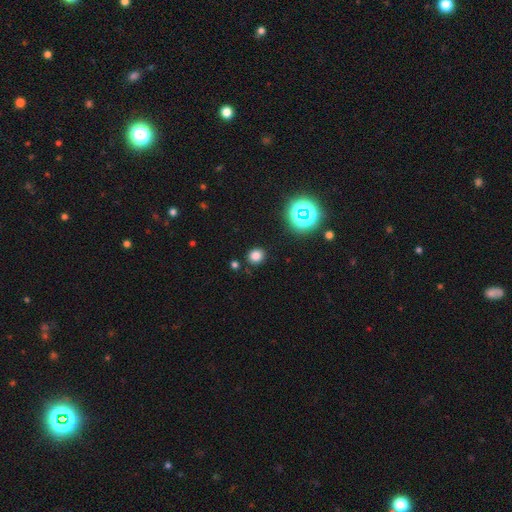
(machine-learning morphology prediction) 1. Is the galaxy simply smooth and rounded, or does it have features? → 75% smooth, 19% star or artifact, 5% featured or disk.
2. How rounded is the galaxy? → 81% round, 18% in between, 1% cigar-shaped.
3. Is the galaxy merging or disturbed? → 87% none, 7% minor disturbance, 3% major disturbance, 3% merger.